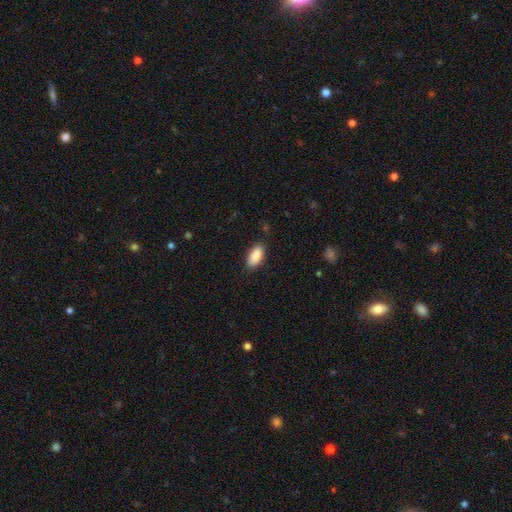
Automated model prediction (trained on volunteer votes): smooth-or-featured: smooth: 89% | star or artifact: 7% | featured or disk: 4%
  how-rounded: in between: 92% | cigar-shaped: 6% | round: 2%
  merging: none: 84% | minor disturbance: 12% | major disturbance: 3% | merger: 1%